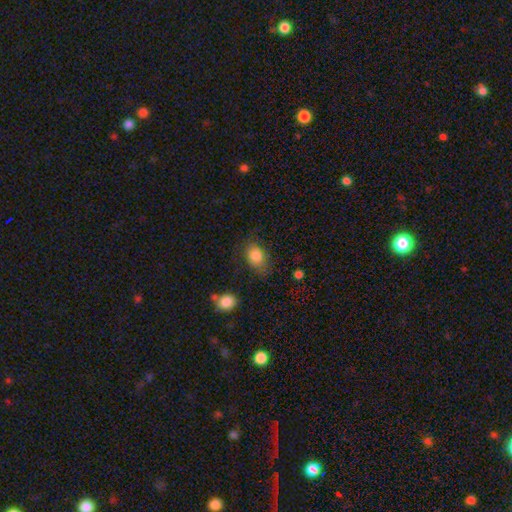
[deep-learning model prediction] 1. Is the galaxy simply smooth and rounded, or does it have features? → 84% smooth, 8% star or artifact, 8% featured or disk.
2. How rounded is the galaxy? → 72% in between, 26% round, 1% cigar-shaped.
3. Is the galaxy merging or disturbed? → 62% none, 26% minor disturbance, 10% major disturbance, 3% merger.